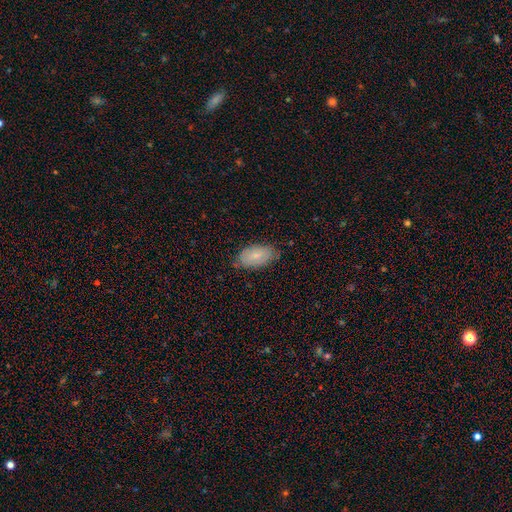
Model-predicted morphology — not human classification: Q: Smooth or featured?
A: smooth (76%); runner-up: featured or disk (18%)
Q: How rounded?
A: in between (94%); runner-up: round (3%)
Q: Merging?
A: none (76%); runner-up: minor disturbance (19%)